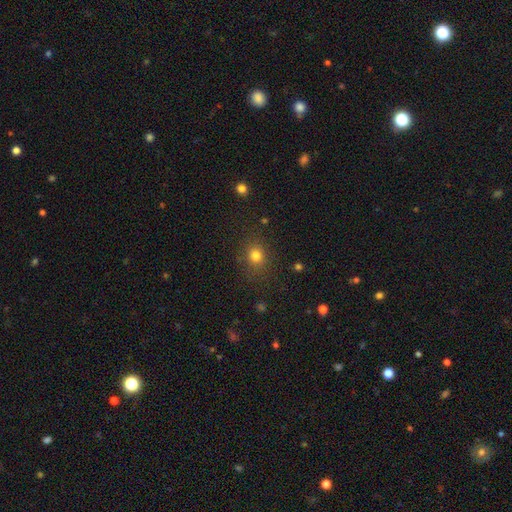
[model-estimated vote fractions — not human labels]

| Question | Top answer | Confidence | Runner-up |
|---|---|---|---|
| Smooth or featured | smooth | 79% | star or artifact (14%) |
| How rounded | round | 78% | in between (21%) |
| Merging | none | 84% | minor disturbance (10%) |